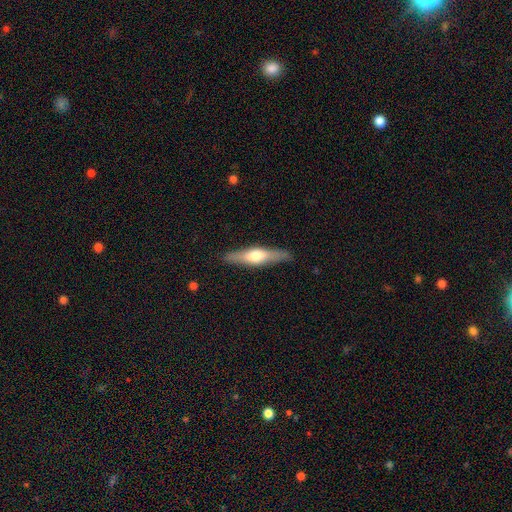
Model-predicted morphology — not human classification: featured or disk 54%, smooth 41%, star or artifact 5%. Down the decision tree: edge-on disk — yes (93%); merging — none (88%).